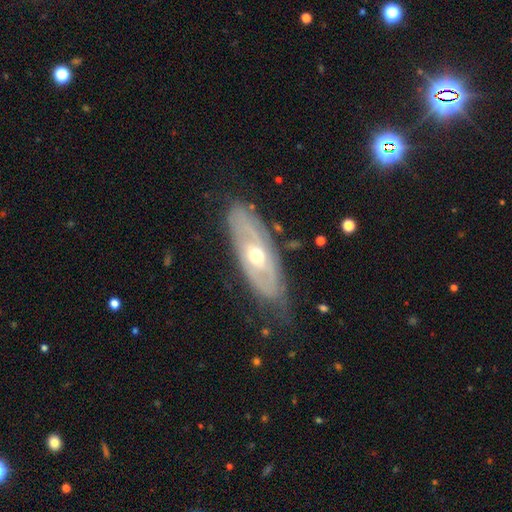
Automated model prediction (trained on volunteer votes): Morphology: type=featured or disk (73%); edge-on=no (80%); bar=no (76%); spiral arms=yes (55%); bulge=moderate (75%); merging=none (73%).